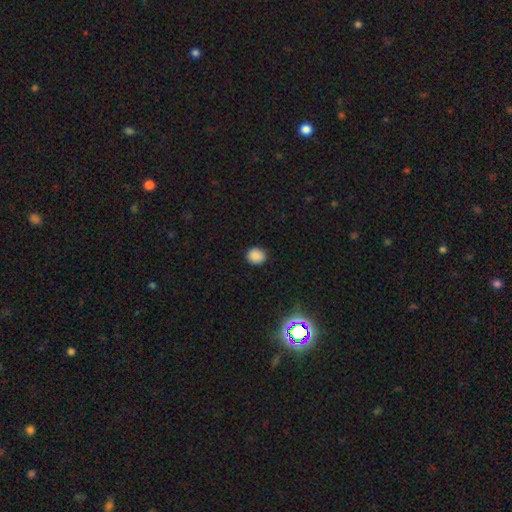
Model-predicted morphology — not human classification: This appears to be a smooth galaxy with no disk features (86%) that is round (79%). Merging: none (89%).